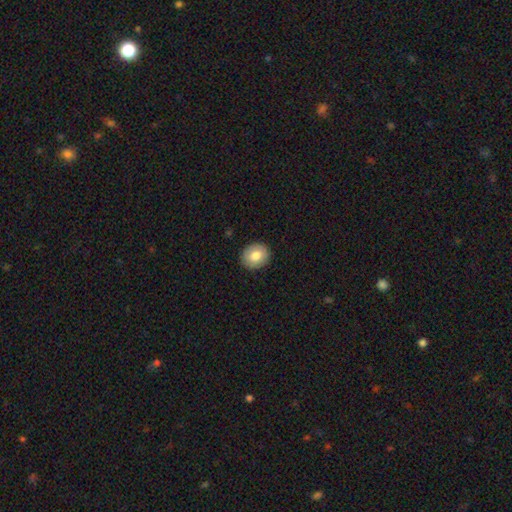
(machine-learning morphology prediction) Q: Smooth or featured?
A: smooth (79%); runner-up: featured or disk (13%)
Q: How rounded?
A: round (66%); runner-up: in between (33%)
Q: Merging?
A: none (90%); runner-up: minor disturbance (8%)